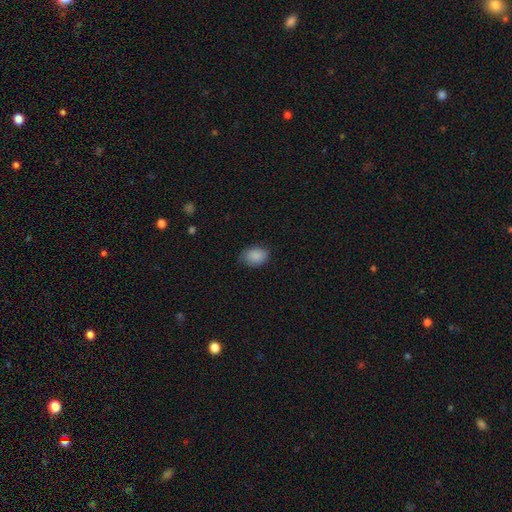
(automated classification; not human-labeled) A smooth galaxy with no disk features (88%) that is in between round and cigar-shaped (78%). Merging: none (72%).